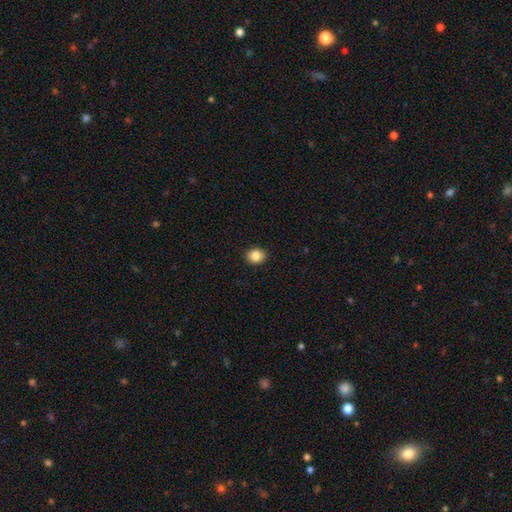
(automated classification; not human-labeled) A smooth galaxy with no disk features (85%) that is round (64%).

Vote fractions:
- Smooth or featured? smooth: 85% / star or artifact: 9% / featured or disk: 6%
- How rounded? round: 64% / in between: 35% / cigar-shaped: 1%
- Merging? none: 91% / minor disturbance: 6% / major disturbance: 2% / merger: 1%